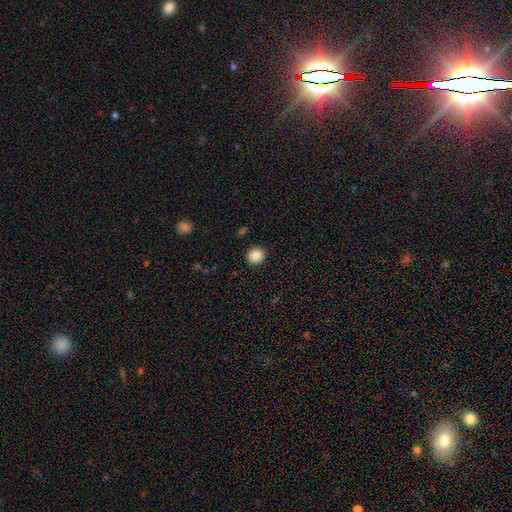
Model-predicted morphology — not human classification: smooth-or-featured: smooth: 88% | star or artifact: 9% | featured or disk: 3%
  how-rounded: round: 83% | in between: 16% | cigar-shaped: 1%
  merging: none: 90% | minor disturbance: 6% | major disturbance: 2% | merger: 1%